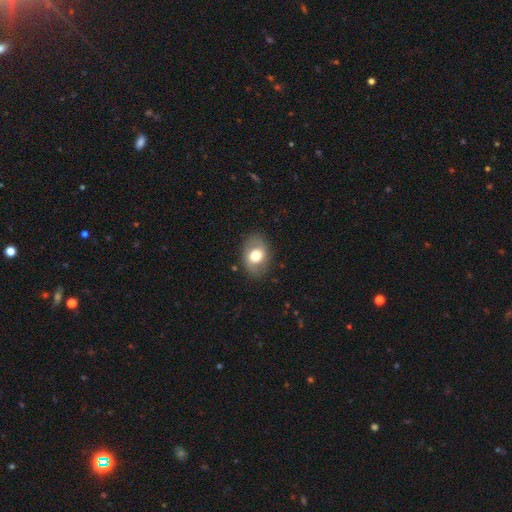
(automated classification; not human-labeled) A smooth galaxy with no disk features (60%) that is in between round and cigar-shaped (71%). Merging: none (79%).